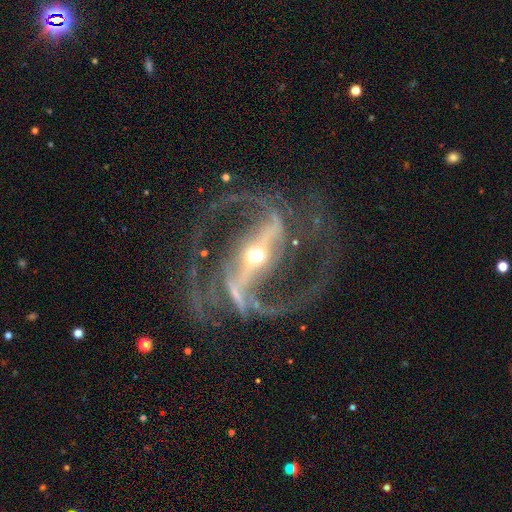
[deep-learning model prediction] smooth-or-featured: featured or disk: 92% | star or artifact: 5% | smooth: 3%
  disk-edge-on: no: 94% | yes: 6%
    bar: strong: 82% | weak: 12% | no: 6%
    has-spiral-arms: yes: 95% | no: 5%
      spiral-winding: medium: 50% | loose: 31% | tight: 19%
      spiral-arm-count: 2: 85% | can't tell: 4% | 3: 4% | 1: 3% | 4: 2% | more than 4: 2%
    bulge-size: moderate: 50% | small: 43% | large: 5% | dominant: 1% | none: 1%
  merging: none: 65% | major disturbance: 17% | minor disturbance: 14% | merger: 4%